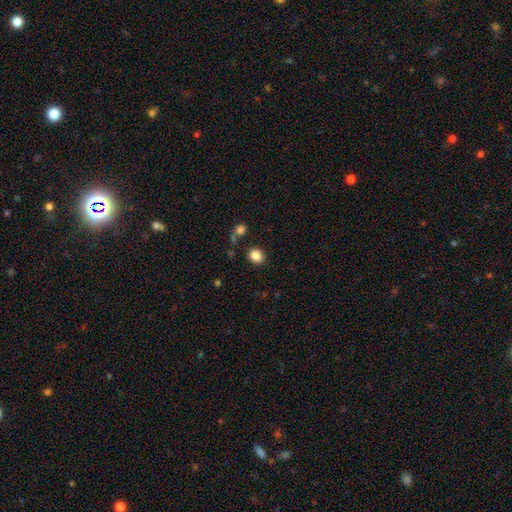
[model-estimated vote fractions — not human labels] Q: Smooth or featured?
A: smooth (86%); runner-up: star or artifact (10%)
Q: How rounded?
A: round (63%); runner-up: in between (36%)
Q: Merging?
A: none (85%); runner-up: minor disturbance (8%)